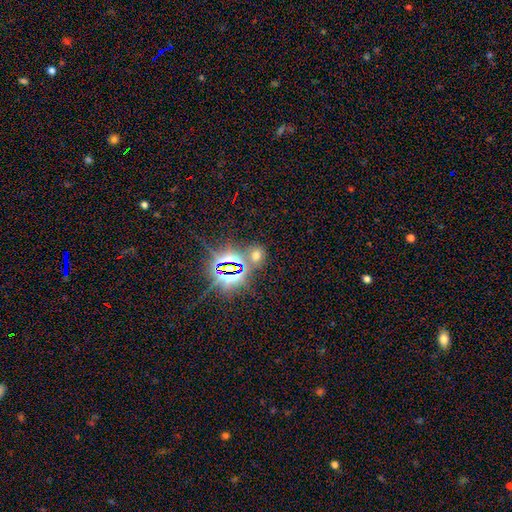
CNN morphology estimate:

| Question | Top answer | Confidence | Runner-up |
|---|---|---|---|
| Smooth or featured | star or artifact | 50% | smooth (43%) |